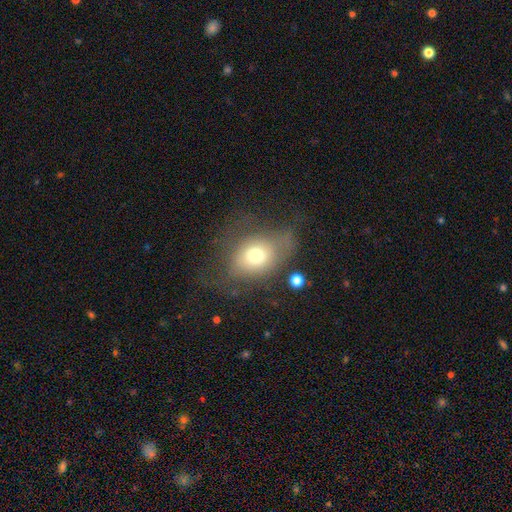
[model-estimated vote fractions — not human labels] Smooth or featured? Predicted: smooth (p=0.68). How rounded? Predicted: in between (p=0.60). Merging? Predicted: none (p=0.43).